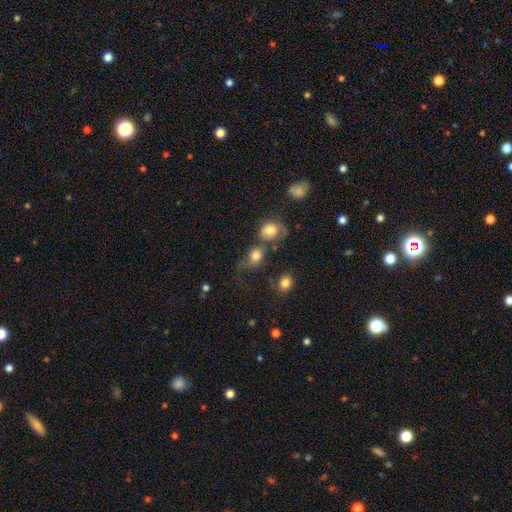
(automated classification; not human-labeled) Smooth or featured?
  - smooth: 73% *
  - featured or disk: 16%
  - star or artifact: 11%
How rounded?
  - round: 64% *
  - in between: 34%
  - cigar-shaped: 2%
Merging?
  - merger: 32% *
  - none: 27%
  - major disturbance: 24%
  - minor disturbance: 16%